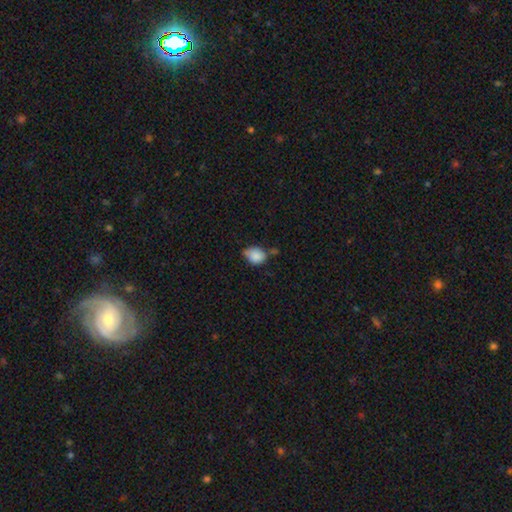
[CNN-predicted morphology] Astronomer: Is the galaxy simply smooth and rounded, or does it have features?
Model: smooth — 84%.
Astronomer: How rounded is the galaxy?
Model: in between — 51% (runner-up: round, 48%).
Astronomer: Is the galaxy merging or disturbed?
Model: none — 41% (runner-up: minor disturbance, 38%).